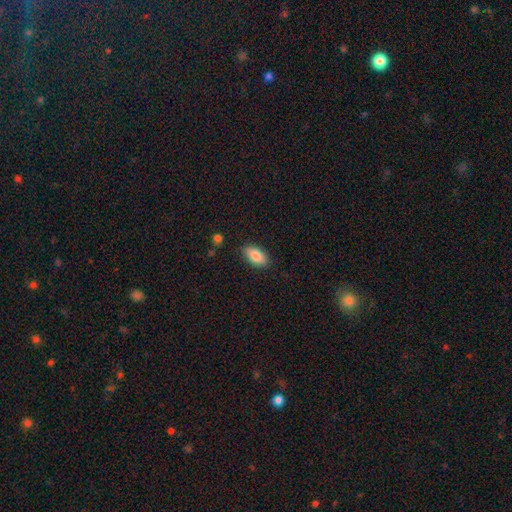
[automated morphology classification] smooth_or_featured: smooth (p=0.83) [alt: featured or disk p=0.10]
how_rounded: in between (p=0.90) [alt: cigar-shaped p=0.06]
merging: none (p=0.84) [alt: minor disturbance p=0.12]